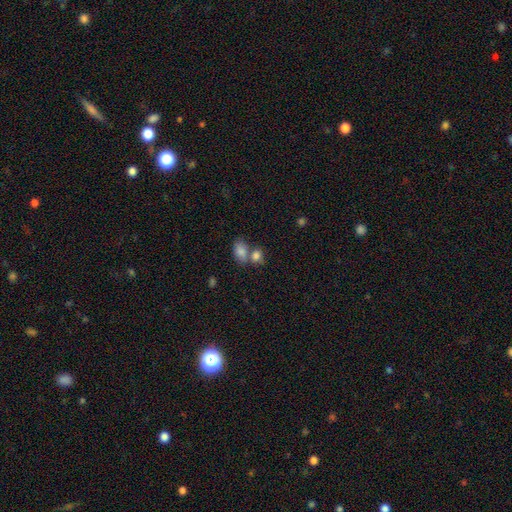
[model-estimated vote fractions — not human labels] smooth_or_featured: smooth (p=0.82) [alt: star or artifact p=0.10]
how_rounded: in between (p=0.70) [alt: round p=0.28]
merging: merger (p=0.47) [alt: none p=0.38]